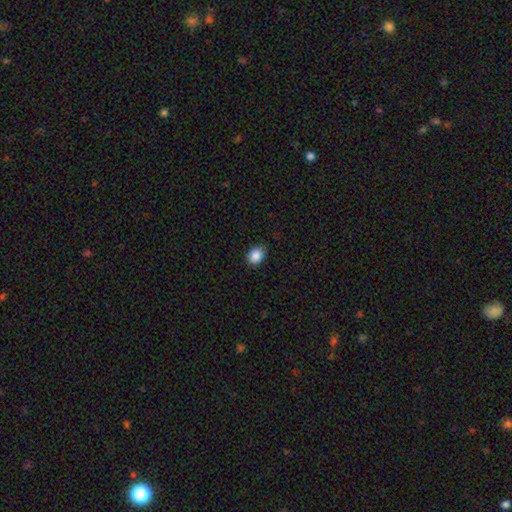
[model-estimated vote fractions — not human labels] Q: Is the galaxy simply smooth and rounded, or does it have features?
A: smooth — 88%.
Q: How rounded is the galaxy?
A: in between — 62%.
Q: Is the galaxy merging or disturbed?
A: none — 86%.